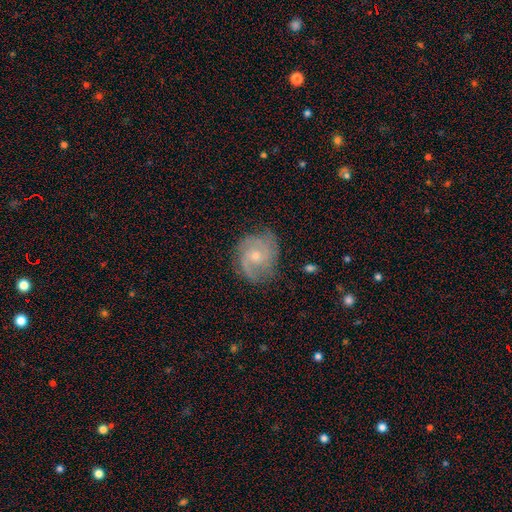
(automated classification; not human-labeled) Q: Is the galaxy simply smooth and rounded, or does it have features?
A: featured or disk — 79%.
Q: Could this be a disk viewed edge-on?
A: no — 98%.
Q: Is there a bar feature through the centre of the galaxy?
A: no — 66%.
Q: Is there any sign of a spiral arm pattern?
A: yes — 95%.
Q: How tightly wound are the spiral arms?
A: medium — 44%.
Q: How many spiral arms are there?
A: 2 — 46%.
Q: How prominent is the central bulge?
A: small — 50%.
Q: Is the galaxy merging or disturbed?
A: none — 73%.